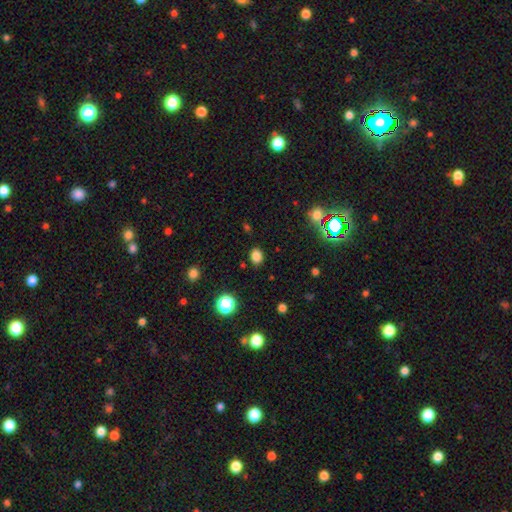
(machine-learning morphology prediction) Smooth or featured? Predicted: smooth (p=0.81). How rounded? Predicted: in between (p=0.54). Merging? Predicted: none (p=0.87).